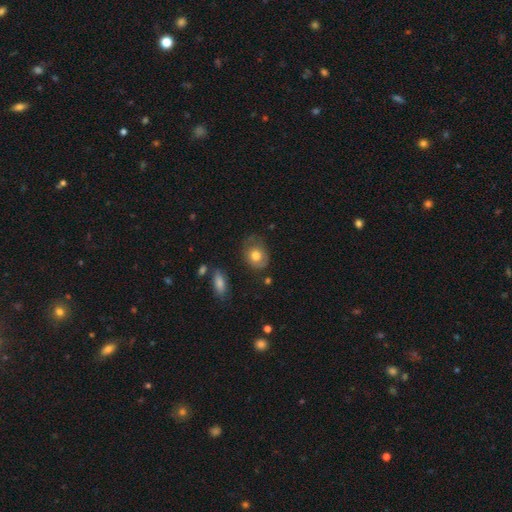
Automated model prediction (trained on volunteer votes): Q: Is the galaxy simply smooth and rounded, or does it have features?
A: smooth — 66%.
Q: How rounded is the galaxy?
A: round — 53%.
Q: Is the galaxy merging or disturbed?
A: none — 58%.